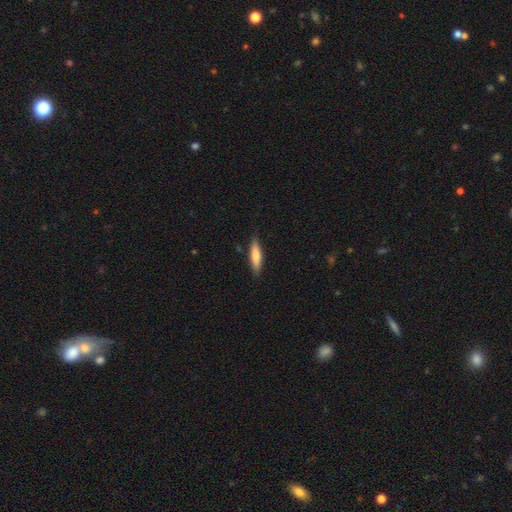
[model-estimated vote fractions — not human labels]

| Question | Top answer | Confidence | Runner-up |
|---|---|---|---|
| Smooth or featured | smooth | 71% | featured or disk (23%) |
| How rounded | cigar-shaped | 77% | in between (22%) |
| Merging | none | 86% | minor disturbance (11%) |